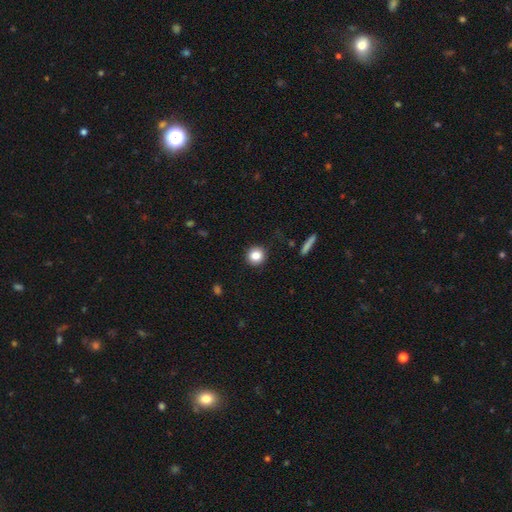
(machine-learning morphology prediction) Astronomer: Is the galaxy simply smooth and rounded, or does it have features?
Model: smooth — 83%.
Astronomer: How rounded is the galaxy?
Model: round — 93%.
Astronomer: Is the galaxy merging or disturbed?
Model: none — 91%.